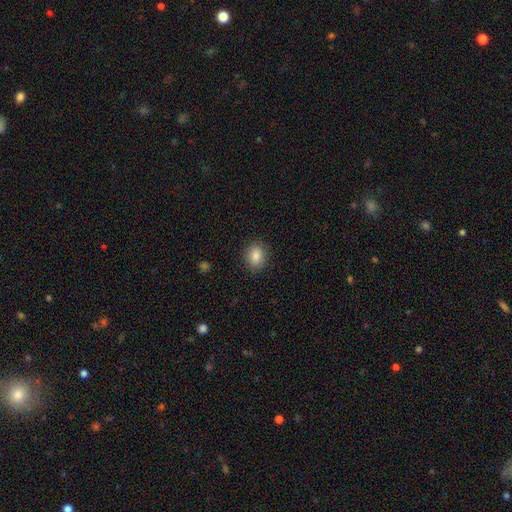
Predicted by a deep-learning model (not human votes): A smooth galaxy with no disk features (85%) that is round (56%).

Vote fractions:
- Smooth or featured? smooth: 85% / star or artifact: 9% / featured or disk: 6%
- How rounded? round: 56% / in between: 43% / cigar-shaped: 1%
- Merging? none: 89% / minor disturbance: 8% / major disturbance: 2% / merger: 1%